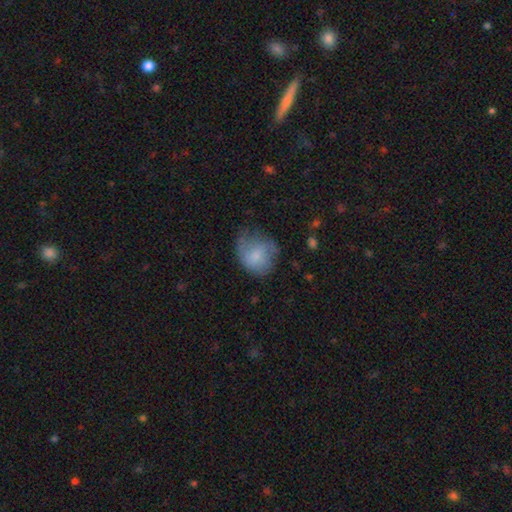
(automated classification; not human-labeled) Overall: smooth (71%). How rounded: round (63%; in between 36%). Merging: none (41%; minor disturbance 34%).